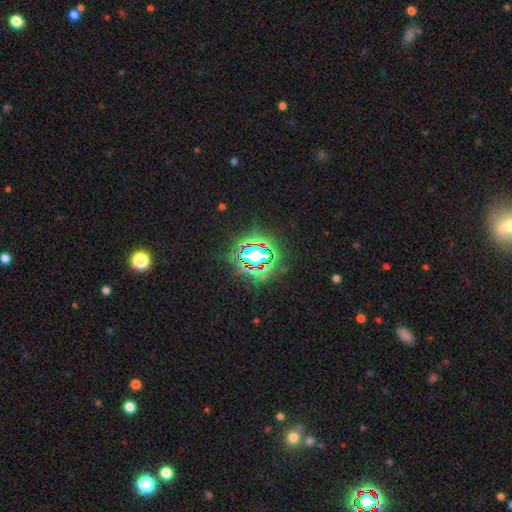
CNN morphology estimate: This appears to be a star or artifact, not a galaxy (73%).